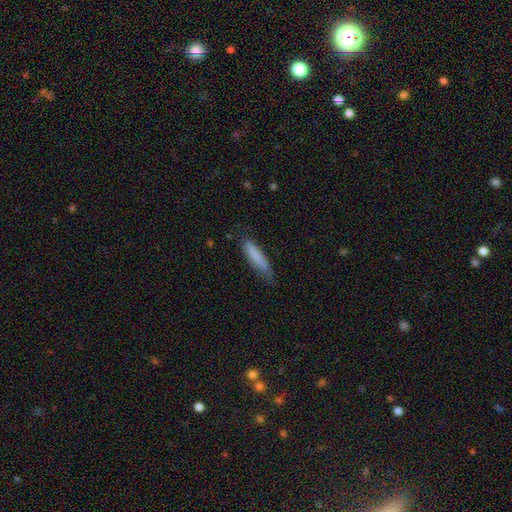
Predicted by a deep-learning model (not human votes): smooth_or_featured: smooth (p=0.82) [alt: featured or disk p=0.12]
how_rounded: cigar-shaped (p=0.82) [alt: in between p=0.17]
merging: none (p=0.72) [alt: minor disturbance p=0.22]